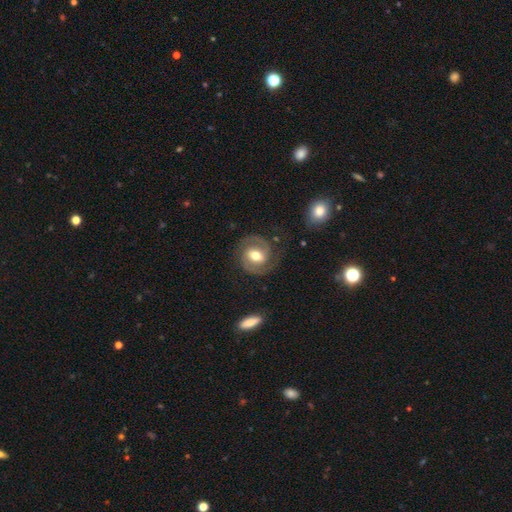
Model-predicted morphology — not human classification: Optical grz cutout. It shows a featured or disk galaxy (82%) with a weak bar (45%), 2 (93%) medium (50%) spiral arms (95%) and a moderate central bulge (72%). Merging: none (81%).